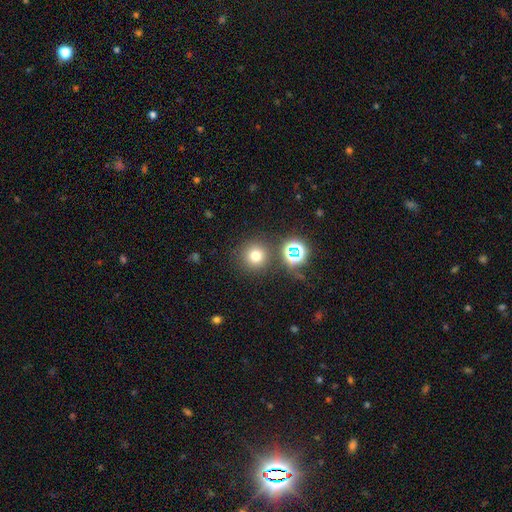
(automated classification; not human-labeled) Morphology: type=smooth (70%); roundness=round (94%); merging=none (83%).